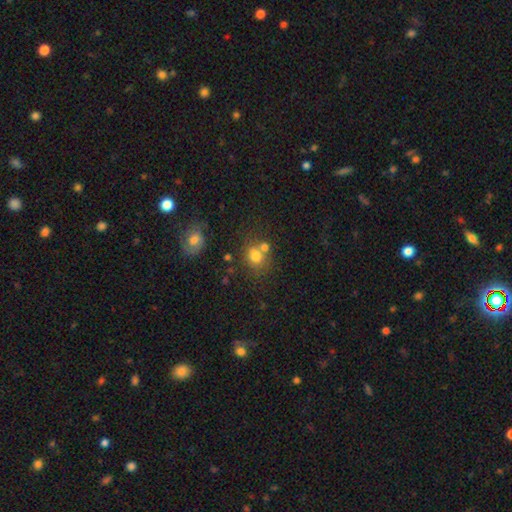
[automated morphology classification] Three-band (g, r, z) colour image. It shows a smooth galaxy with no disk features (75%) that is round (64%). Merging: none (50%).